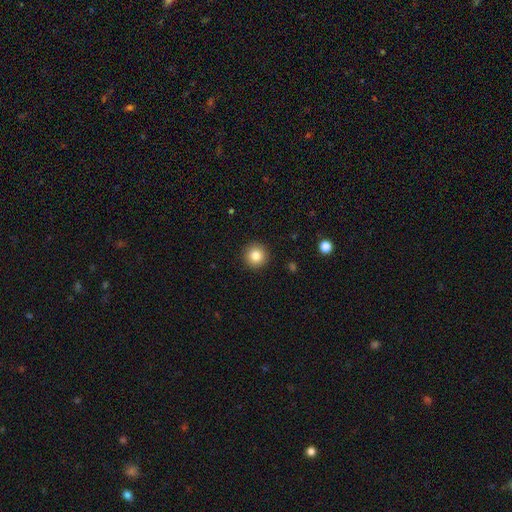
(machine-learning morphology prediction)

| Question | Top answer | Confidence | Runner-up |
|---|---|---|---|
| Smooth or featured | smooth | 84% | star or artifact (10%) |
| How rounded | round | 96% | in between (3%) |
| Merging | none | 92% | minor disturbance (5%) |